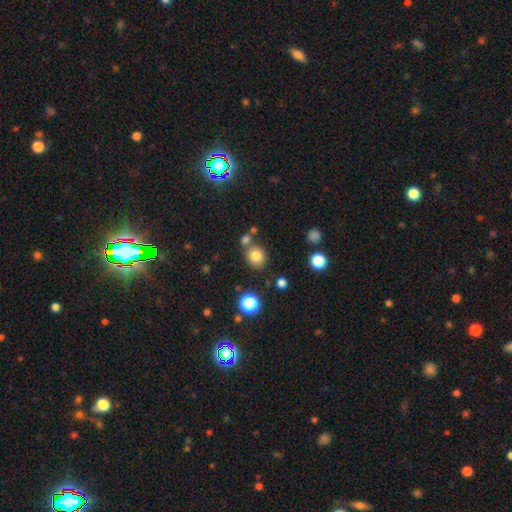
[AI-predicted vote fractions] Overall: smooth (79%). How rounded: round (78%). Merging: none (72%).